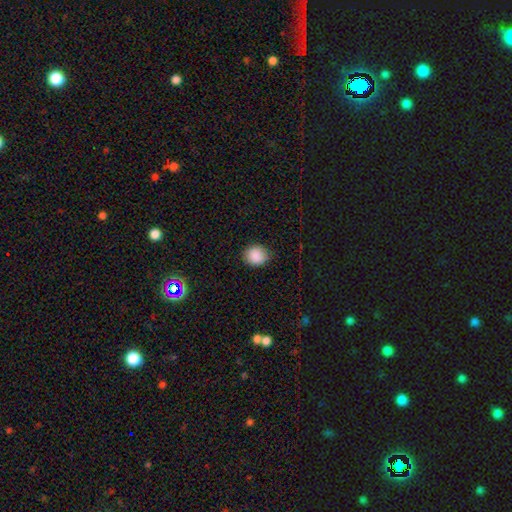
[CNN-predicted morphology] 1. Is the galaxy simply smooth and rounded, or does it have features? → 88% smooth, 9% star or artifact, 4% featured or disk.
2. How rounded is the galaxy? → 79% round, 20% in between, 1% cigar-shaped.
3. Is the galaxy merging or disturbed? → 83% none, 13% minor disturbance, 3% major disturbance, 1% merger.